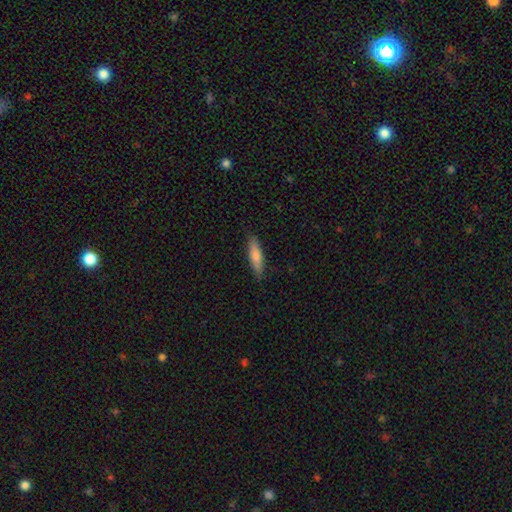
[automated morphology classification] Smooth or featured? smooth (79%)
How rounded? cigar-shaped (70%)
Merging? none (86%)